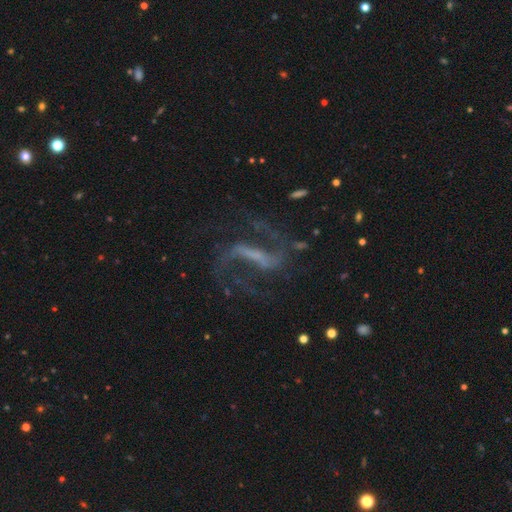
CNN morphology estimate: smooth_or_featured: featured or disk (p=0.87) [alt: star or artifact p=0.08]
disk_edge_on: no (p=0.95) [alt: yes p=0.05]
bar: strong (p=0.65) [alt: weak p=0.26]
has_spiral_arms: yes (p=0.96) [alt: no p=0.04]
spiral_winding: loose (p=0.50) [alt: medium p=0.42]
spiral_arm_count: 2 (p=0.92) [alt: can't tell p=0.02]
bulge_size: none (p=0.51) [alt: small p=0.32]
merging: none (p=0.70) [alt: major disturbance p=0.14]